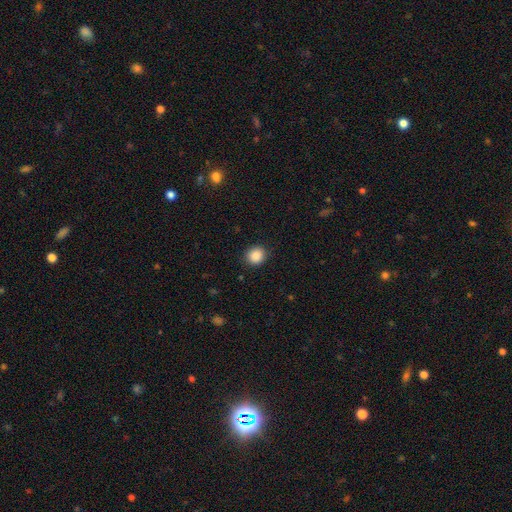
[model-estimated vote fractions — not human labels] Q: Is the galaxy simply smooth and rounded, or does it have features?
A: smooth — 88%.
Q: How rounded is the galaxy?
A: round — 84%.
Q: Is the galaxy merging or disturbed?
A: none — 88%.